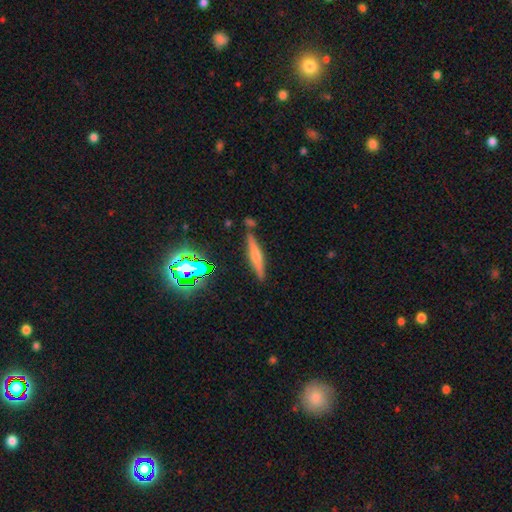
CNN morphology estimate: Smooth or featured: featured or disk — 46% (smooth — 39%)
Merging: none — 84% (minor disturbance — 10%)